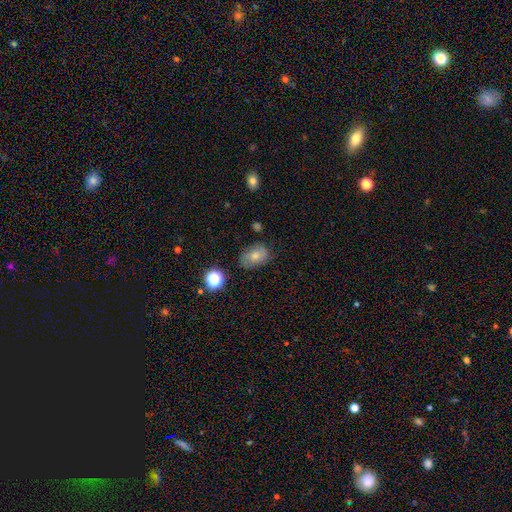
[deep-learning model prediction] The model was most divided on "smooth or featured": smooth: 64%, featured or disk: 24%, star or artifact: 11%. More confident: how rounded — in between (74%); merging — none (72%).